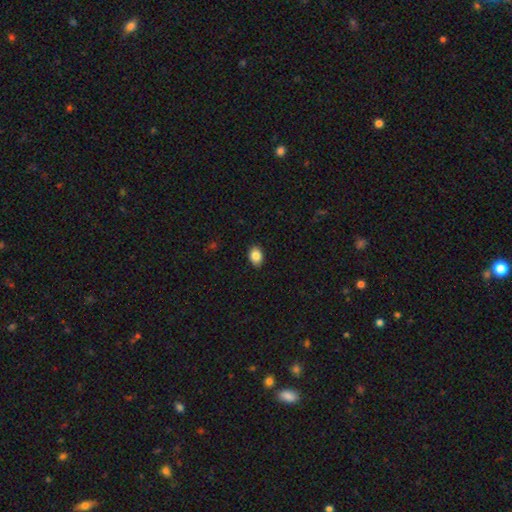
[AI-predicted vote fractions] A smooth galaxy with no disk features (86%) that is in between round and cigar-shaped (76%). Merging: none (88%).